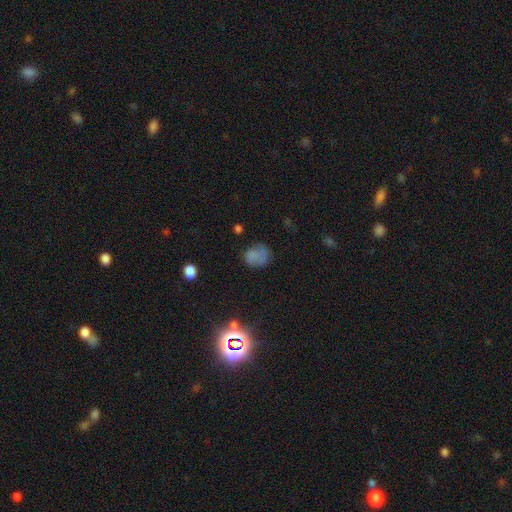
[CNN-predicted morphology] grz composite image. It shows a smooth galaxy with no disk features (72%) that is round (60%). Merging: none (57%).